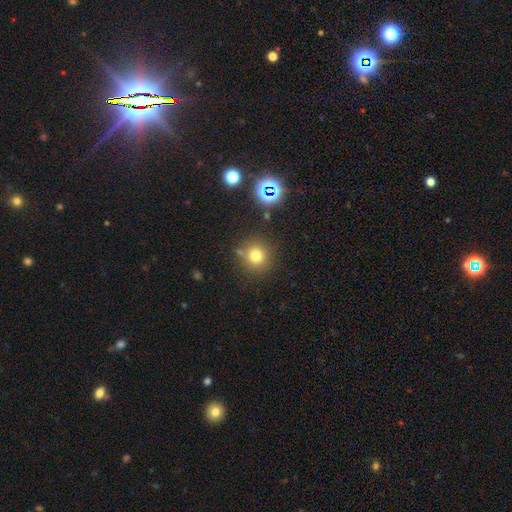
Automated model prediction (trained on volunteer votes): The model was most divided on "smooth or featured": smooth: 74%, star or artifact: 18%, featured or disk: 8%. More confident: how rounded — round (93%); merging — none (81%).